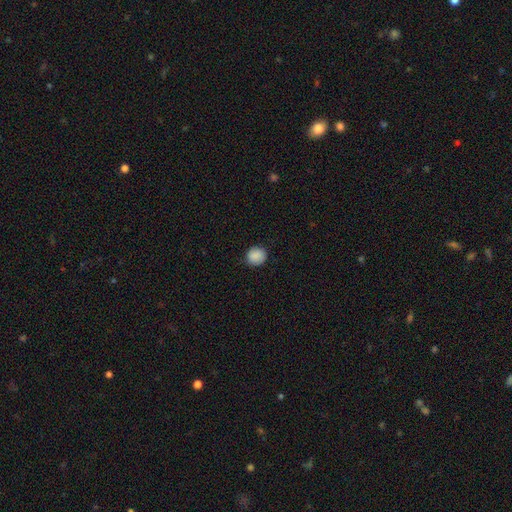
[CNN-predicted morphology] Smooth or featured?
  - smooth: 88% *
  - star or artifact: 8%
  - featured or disk: 4%
How rounded?
  - round: 84% *
  - in between: 15%
  - cigar-shaped: 1%
Merging?
  - none: 86% *
  - minor disturbance: 11%
  - major disturbance: 2%
  - merger: 1%